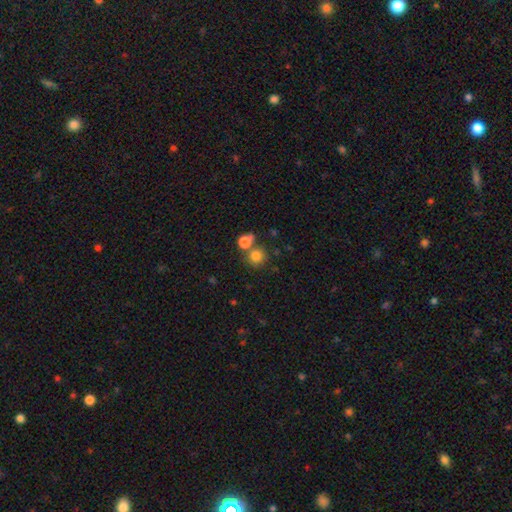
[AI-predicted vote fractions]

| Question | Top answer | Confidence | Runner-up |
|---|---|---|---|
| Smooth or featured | smooth | 79% | star or artifact (13%) |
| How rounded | round | 86% | in between (13%) |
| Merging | none | 58% | merger (29%) |